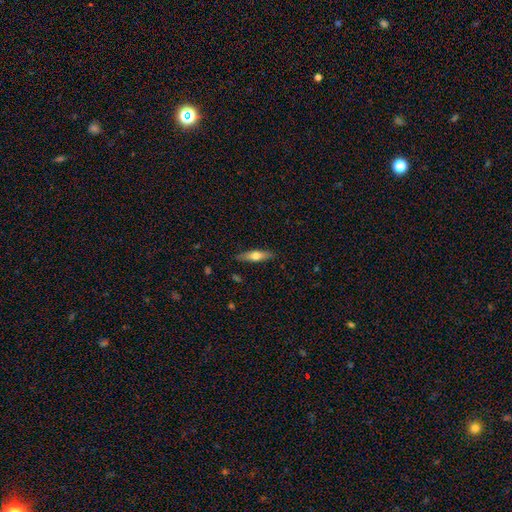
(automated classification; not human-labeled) Morphology: type=smooth (59%); roundness=cigar-shaped (66%); merging=none (87%).